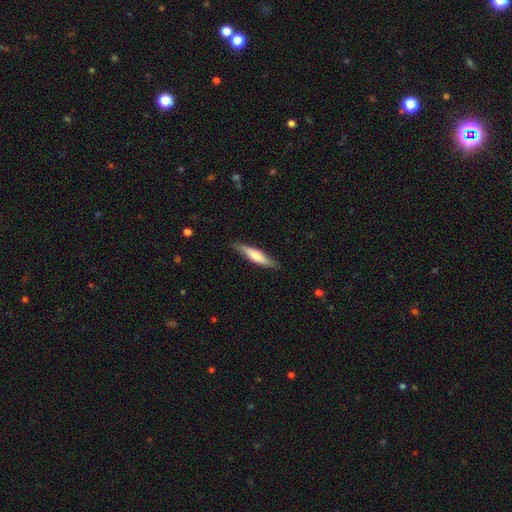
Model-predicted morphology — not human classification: Q: Smooth or featured?
A: smooth (60%); runner-up: featured or disk (35%)
Q: How rounded?
A: cigar-shaped (83%); runner-up: in between (16%)
Q: Merging?
A: none (81%); runner-up: minor disturbance (15%)